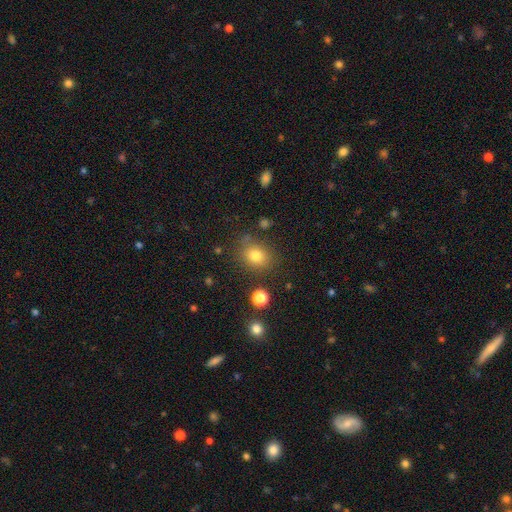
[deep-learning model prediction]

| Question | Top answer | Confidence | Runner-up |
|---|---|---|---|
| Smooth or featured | smooth | 78% | star or artifact (13%) |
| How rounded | round | 57% | in between (42%) |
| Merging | none | 79% | minor disturbance (12%) |